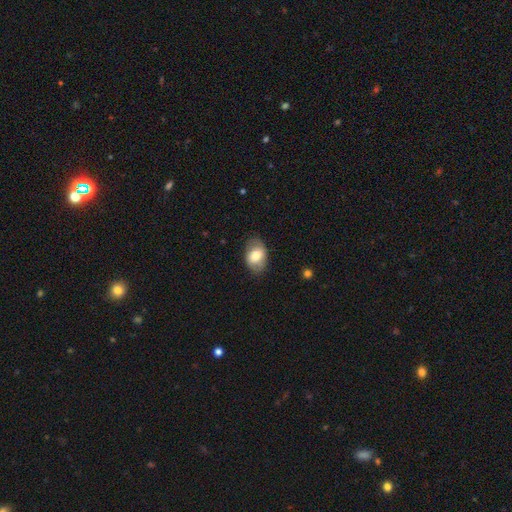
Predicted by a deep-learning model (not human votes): This appears to be a smooth galaxy with no disk features (69%) that is in between round and cigar-shaped (81%). Merging: none (78%).